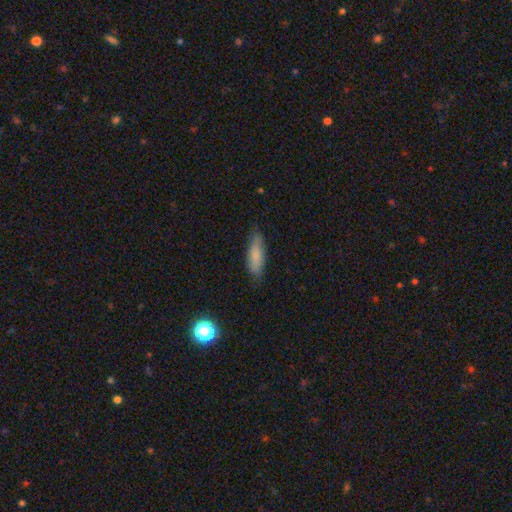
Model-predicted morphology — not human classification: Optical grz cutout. It shows a smooth galaxy with no disk features (79%) that is cigar-shaped (52%). Merging: none (77%).